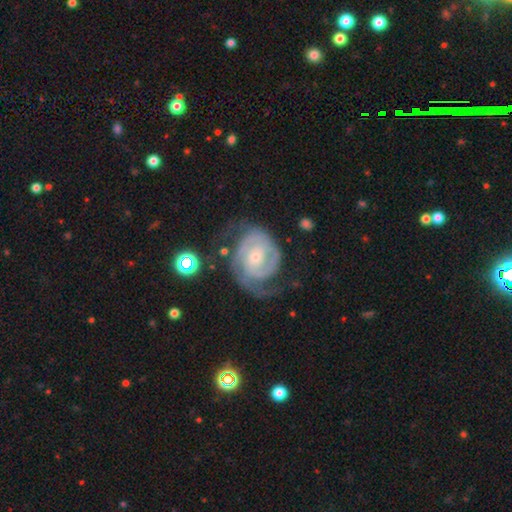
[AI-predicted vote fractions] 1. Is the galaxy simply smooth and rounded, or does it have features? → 89% featured or disk, 7% smooth, 5% star or artifact.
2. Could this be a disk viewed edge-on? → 98% no, 2% yes.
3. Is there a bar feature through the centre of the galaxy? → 62% no, 30% weak, 7% strong.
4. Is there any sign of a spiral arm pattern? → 97% yes, 3% no.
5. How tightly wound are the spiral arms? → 63% tight, 30% medium, 7% loose.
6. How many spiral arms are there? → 57% 2, 16% can't tell, 13% 3, 7% 1, 4% 4, 3% more than 4.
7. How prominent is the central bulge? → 74% small, 21% moderate, 2% none, 2% large, 1% dominant.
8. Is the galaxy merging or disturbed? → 55% none, 22% minor disturbance, 20% major disturbance, 3% merger.